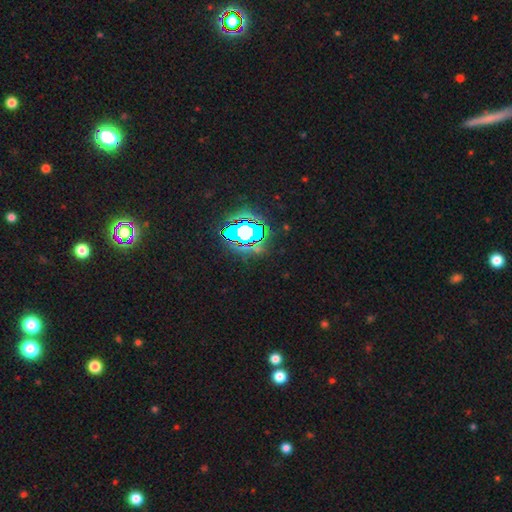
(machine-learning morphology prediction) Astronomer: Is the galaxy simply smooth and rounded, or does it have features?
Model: star or artifact — 81%.